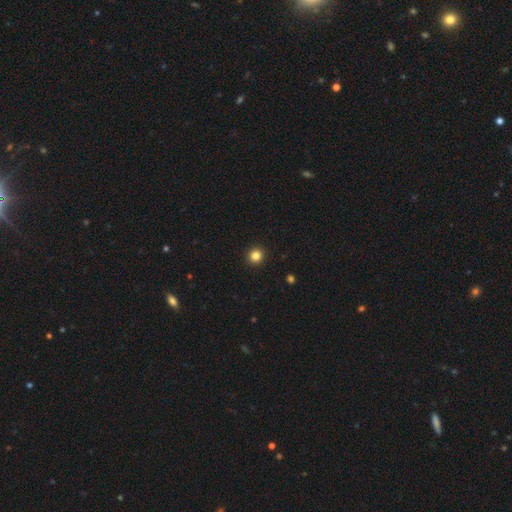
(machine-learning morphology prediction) Smooth or featured: smooth — 84% (star or artifact — 12%)
How rounded: round — 94% (in between — 5%)
Merging: none — 94% (minor disturbance — 4%)